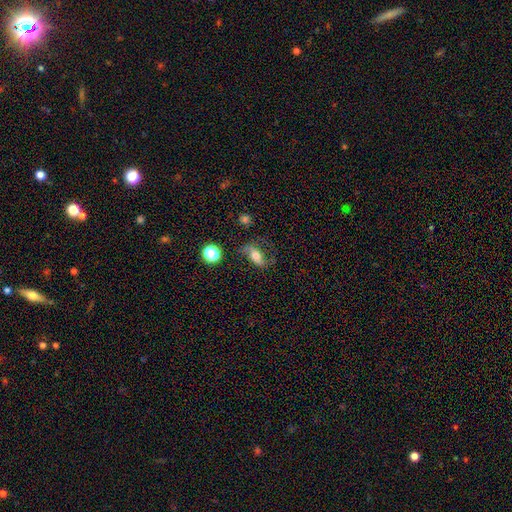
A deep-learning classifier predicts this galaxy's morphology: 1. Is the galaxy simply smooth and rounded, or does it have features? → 54% featured or disk, 35% smooth, 11% star or artifact.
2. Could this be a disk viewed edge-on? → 89% no, 11% yes.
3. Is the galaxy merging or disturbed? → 62% none, 21% minor disturbance, 14% major disturbance, 3% merger.